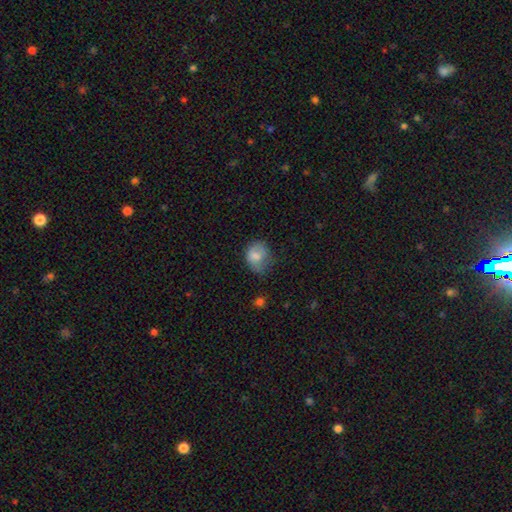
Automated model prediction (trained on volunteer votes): A smooth galaxy with no disk features (75%) that is round (52%). Merging: none (40%).